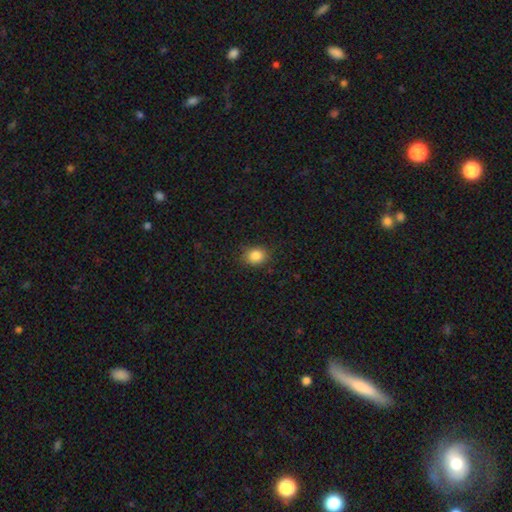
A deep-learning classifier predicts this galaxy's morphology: This is clearly a smooth galaxy (85%). How rounded: likely round (63%). Merging: clearly none (85%).